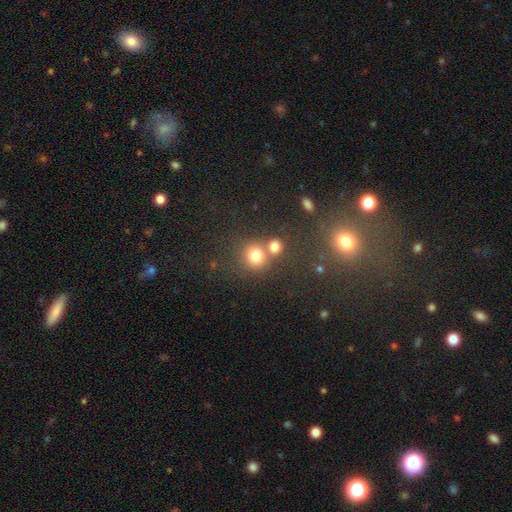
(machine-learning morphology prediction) Smooth or featured?
  - smooth: 76% *
  - star or artifact: 15%
  - featured or disk: 8%
How rounded?
  - round: 86% *
  - in between: 13%
  - cigar-shaped: 1%
Merging?
  - none: 52% *
  - merger: 36%
  - minor disturbance: 8%
  - major disturbance: 4%